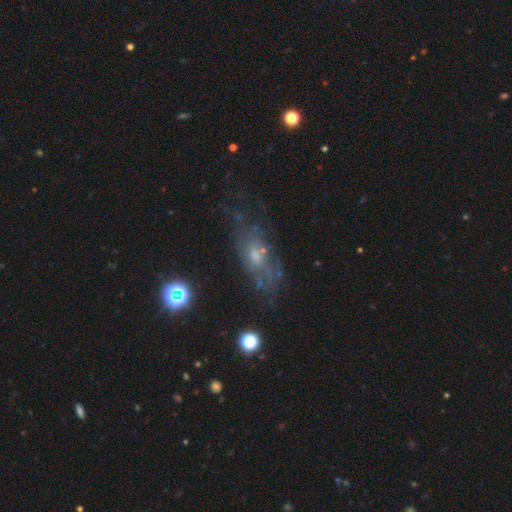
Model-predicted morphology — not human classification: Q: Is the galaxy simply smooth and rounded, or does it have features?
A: featured or disk — 55%.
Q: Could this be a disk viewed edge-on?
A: no — 86%.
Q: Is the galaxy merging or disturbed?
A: none — 56%.